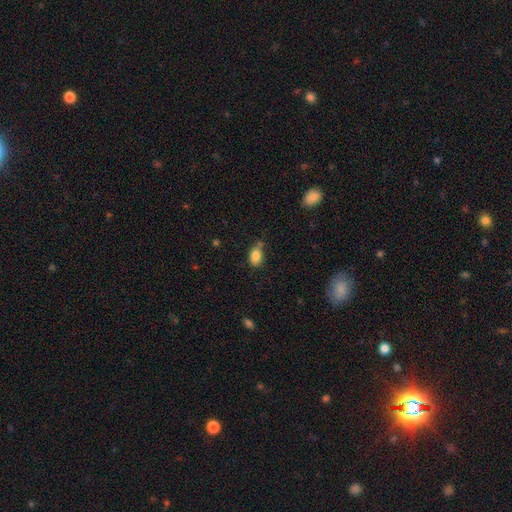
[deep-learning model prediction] A smooth galaxy with no disk features (85%) that is in between round and cigar-shaped (82%). Merging: none (61%).